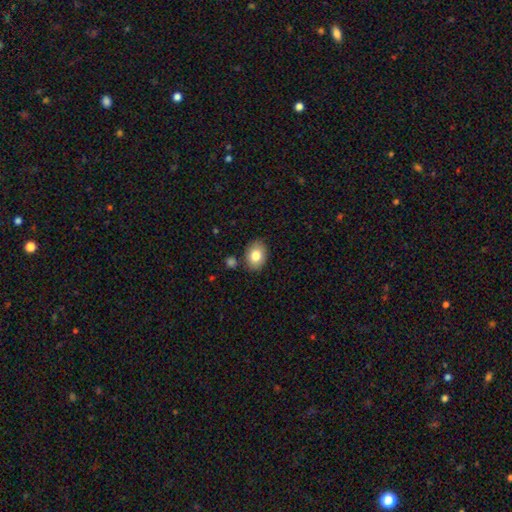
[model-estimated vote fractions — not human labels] Smooth or featured?
  - smooth: 82% *
  - featured or disk: 11%
  - star or artifact: 8%
How rounded?
  - in between: 74% *
  - round: 25%
  - cigar-shaped: 1%
Merging?
  - none: 83% *
  - minor disturbance: 11%
  - merger: 4%
  - major disturbance: 2%